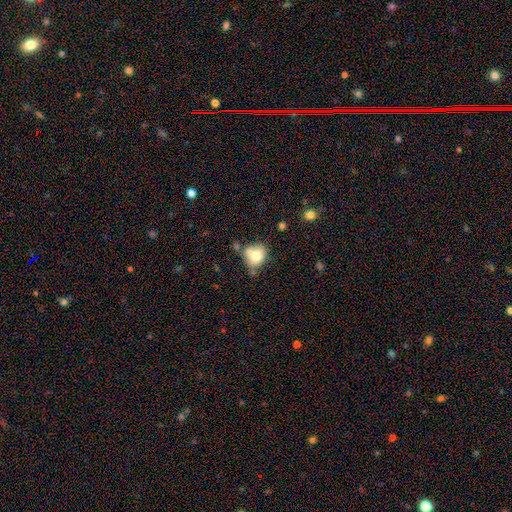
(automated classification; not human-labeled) This appears to be a smooth galaxy with no disk features (73%) that is round (54%). Merging: none (40%).